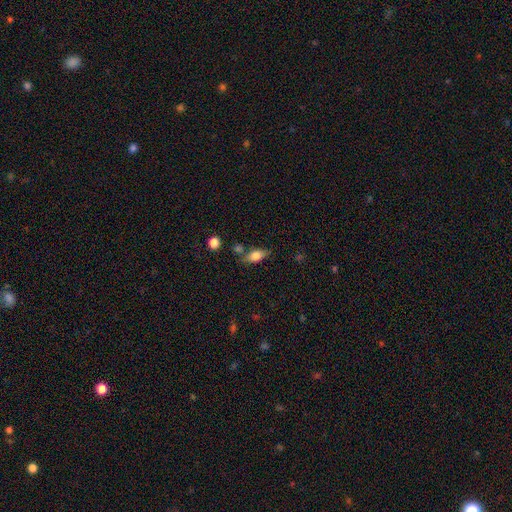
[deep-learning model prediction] Overall: smooth (70%). How rounded: in between (80%). Merging: none (69%).